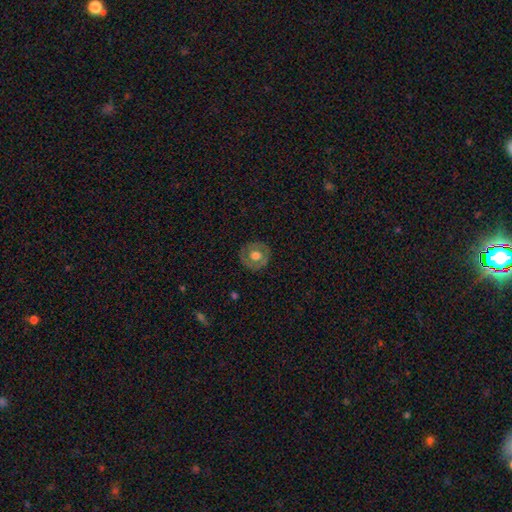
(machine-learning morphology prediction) smooth-or-featured: smooth: 50% | featured or disk: 44% | star or artifact: 7%
  merging: none: 84% | minor disturbance: 11% | major disturbance: 4% | merger: 1%